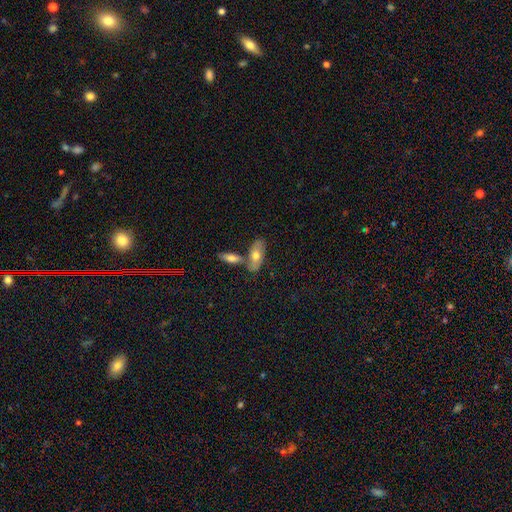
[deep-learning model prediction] Smooth or featured?
  - smooth: 65% *
  - featured or disk: 29%
  - star or artifact: 6%
How rounded?
  - in between: 80% *
  - cigar-shaped: 17%
  - round: 3%
Merging?
  - none: 55% *
  - merger: 32%
  - minor disturbance: 11%
  - major disturbance: 3%